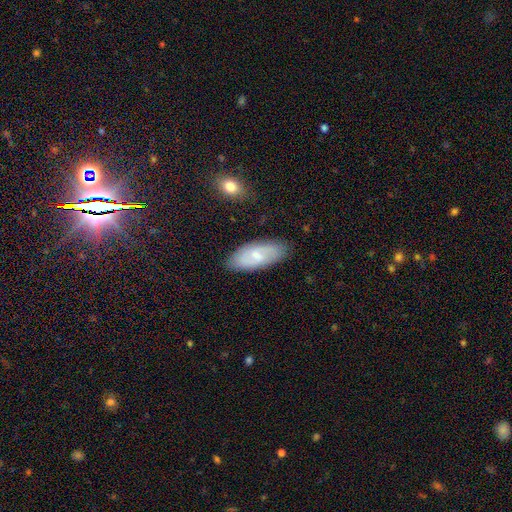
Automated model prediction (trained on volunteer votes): Smooth or featured?
  - smooth: 52% *
  - featured or disk: 41%
  - star or artifact: 7%
How rounded?
  - in between: 87% *
  - cigar-shaped: 11%
  - round: 3%
Merging?
  - none: 83% *
  - minor disturbance: 13%
  - major disturbance: 3%
  - merger: 2%